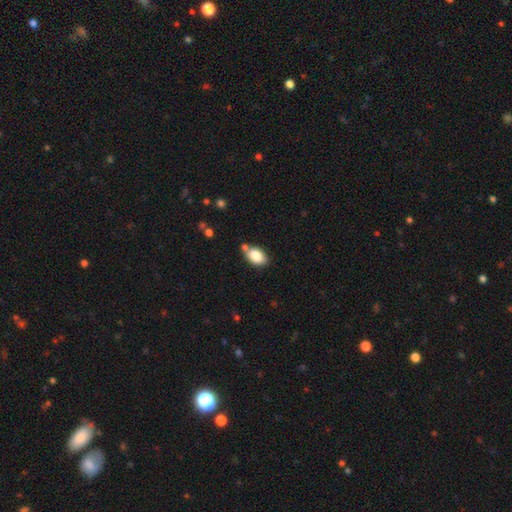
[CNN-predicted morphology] The model was most divided on "merging": none: 66%, minor disturbance: 17%, merger: 13%, major disturbance: 4%. More confident: how rounded — in between (88%); smooth or featured — smooth (84%).